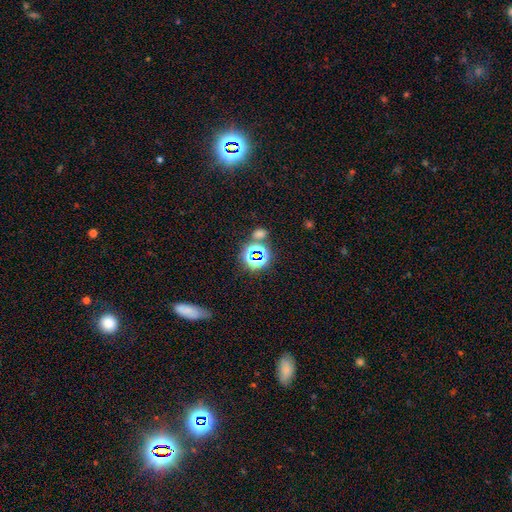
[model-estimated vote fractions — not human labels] smooth_or_featured: star or artifact (p=0.63) [alt: smooth p=0.28]